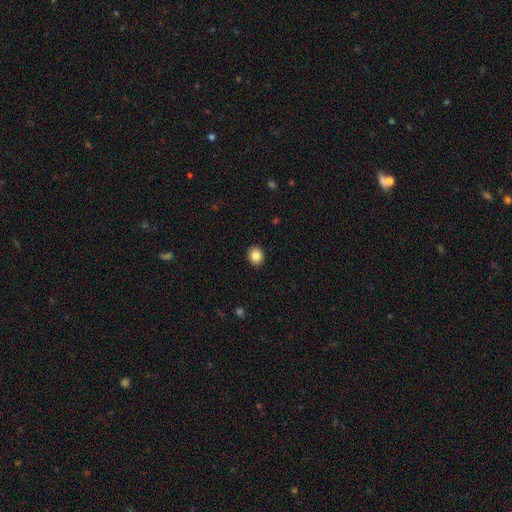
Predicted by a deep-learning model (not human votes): smooth 85%, star or artifact 9%, featured or disk 6%. Down the decision tree: how rounded — round (65%); merging — none (91%).